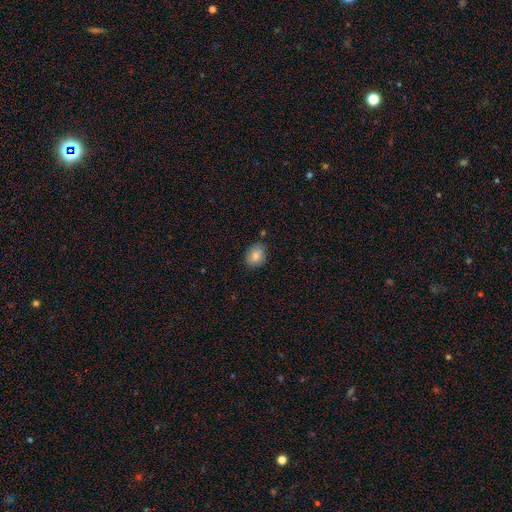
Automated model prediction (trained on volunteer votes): Morphology: type=smooth (80%); roundness=round (60%); merging=none (79%).